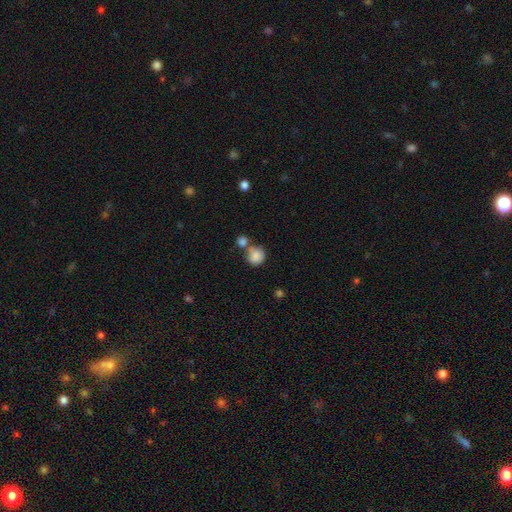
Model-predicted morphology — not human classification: Smooth or featured? smooth (85%)
How rounded? round (86%)
Merging? none (47%)